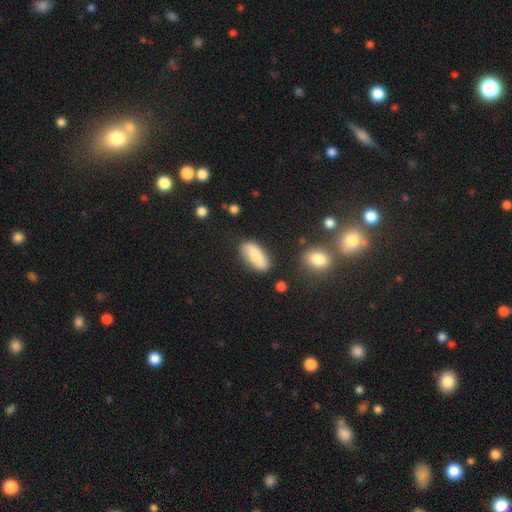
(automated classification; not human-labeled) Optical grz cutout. It shows a smooth galaxy with no disk features (83%) that is in between round and cigar-shaped (79%). Merging: none (80%).